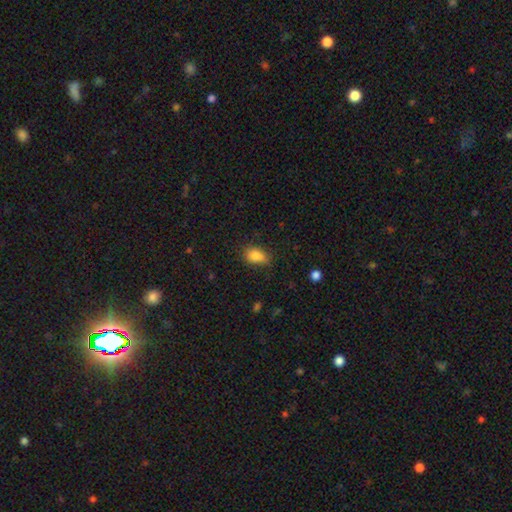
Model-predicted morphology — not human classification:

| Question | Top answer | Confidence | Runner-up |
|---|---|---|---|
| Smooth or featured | smooth | 84% | star or artifact (10%) |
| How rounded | in between | 83% | round (15%) |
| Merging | none | 66% | minor disturbance (26%) |